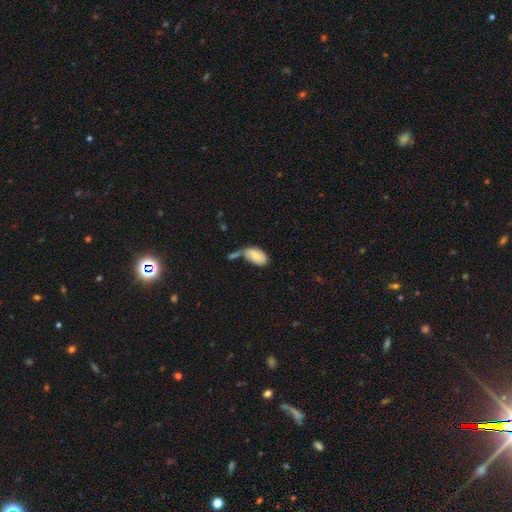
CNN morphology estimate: The model was most divided on "merging": none: 37%, merger: 29%, minor disturbance: 23%, major disturbance: 11%. More confident: how rounded — in between (95%); smooth or featured — smooth (81%).